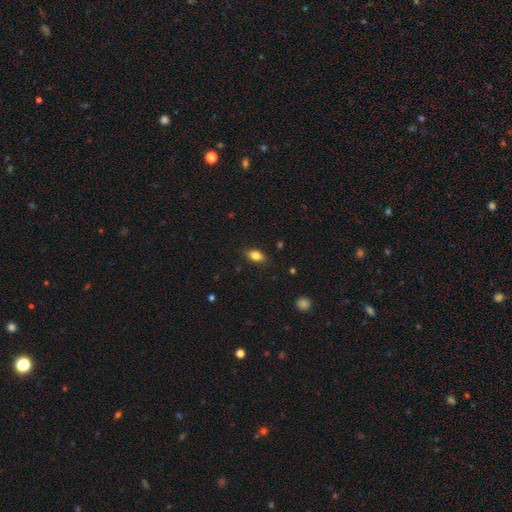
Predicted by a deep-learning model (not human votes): Q: Smooth or featured?
A: smooth (81%); runner-up: featured or disk (10%)
Q: How rounded?
A: in between (86%); runner-up: round (8%)
Q: Merging?
A: none (86%); runner-up: minor disturbance (11%)